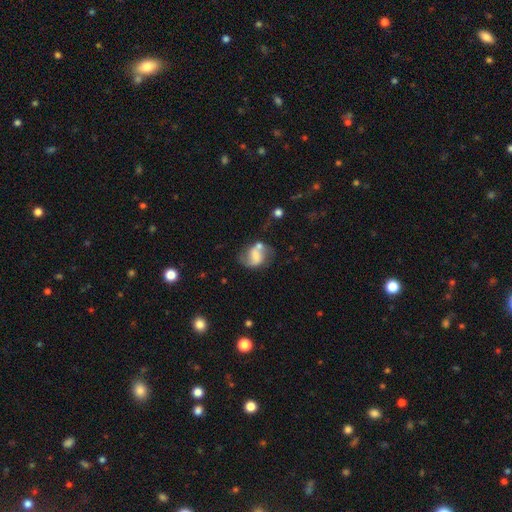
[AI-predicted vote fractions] smooth-or-featured: featured or disk: 53% | smooth: 38% | star or artifact: 9%
  disk-edge-on: no: 97% | yes: 3%
    bar: no: 43% | weak: 36% | strong: 21%
    has-spiral-arms: yes: 77% | no: 23%
    bulge-size: none: 34% | small: 23% | moderate: 22% | large: 16% | dominant: 5%
  merging: none: 43% | minor disturbance: 22% | merger: 20% | major disturbance: 15%